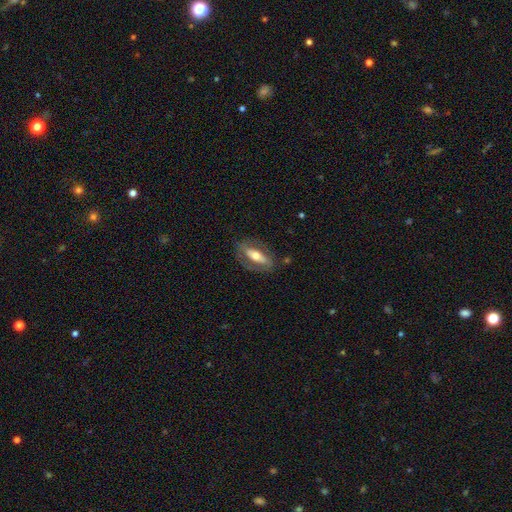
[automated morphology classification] type=featured or disk (54%); edge-on=no (70%); merging=none (74%).